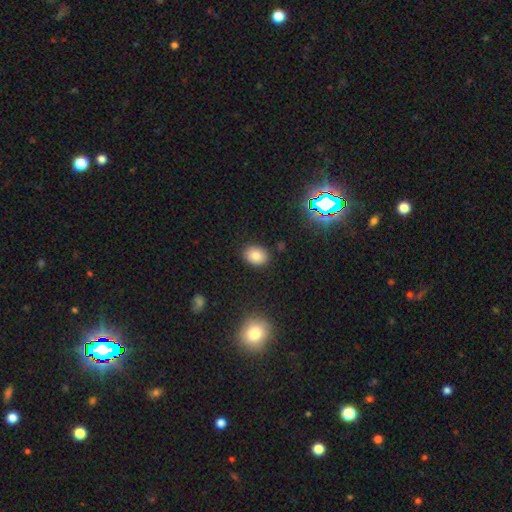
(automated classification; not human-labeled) A smooth galaxy with no disk features (82%) that is in between round and cigar-shaped (62%). Merging: none (87%).